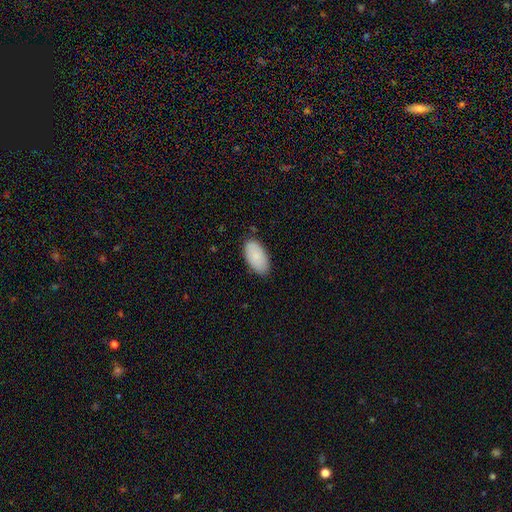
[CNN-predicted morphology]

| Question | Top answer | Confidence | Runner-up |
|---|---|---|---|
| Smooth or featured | smooth | 84% | featured or disk (10%) |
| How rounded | in between | 95% | cigar-shaped (3%) |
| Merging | none | 81% | minor disturbance (16%) |